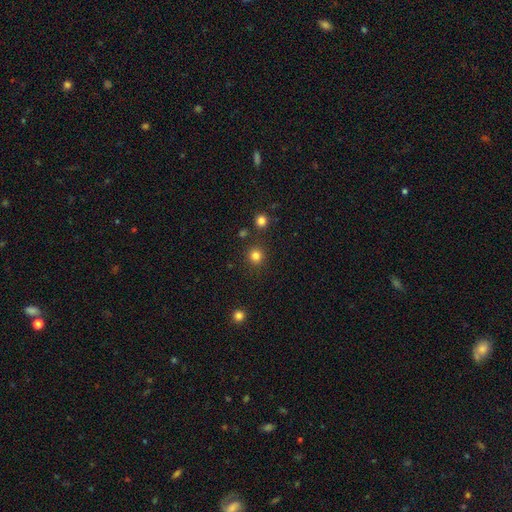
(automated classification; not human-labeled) This is clearly a smooth galaxy (82%). How rounded: clearly round (92%). Merging: clearly none (87%).